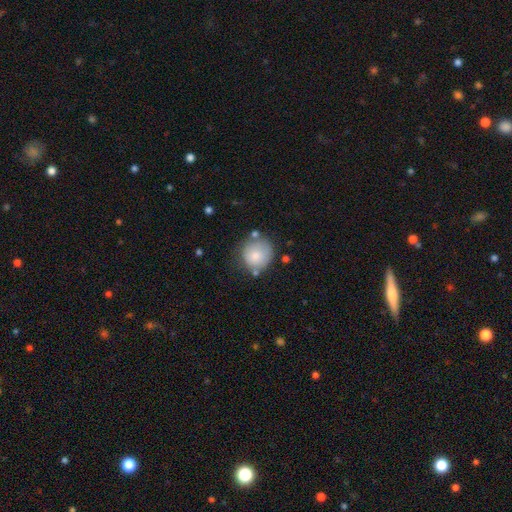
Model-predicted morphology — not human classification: type=smooth (79%); roundness=round (88%); merging=none (65%).